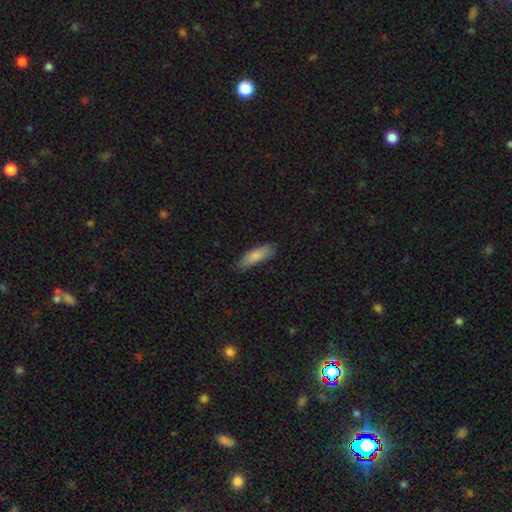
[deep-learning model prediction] Smooth or featured? smooth (82%)
How rounded? in between (50%)
Merging? none (80%)